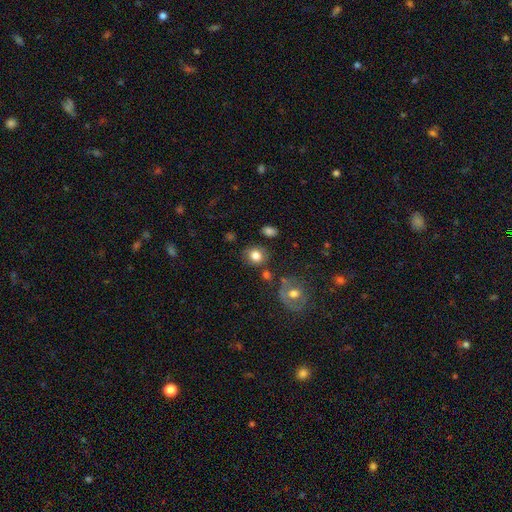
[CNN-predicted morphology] Smooth or featured: smooth — 80% (featured or disk — 11%)
How rounded: round — 71% (in between — 28%)
Merging: none — 74% (minor disturbance — 14%)